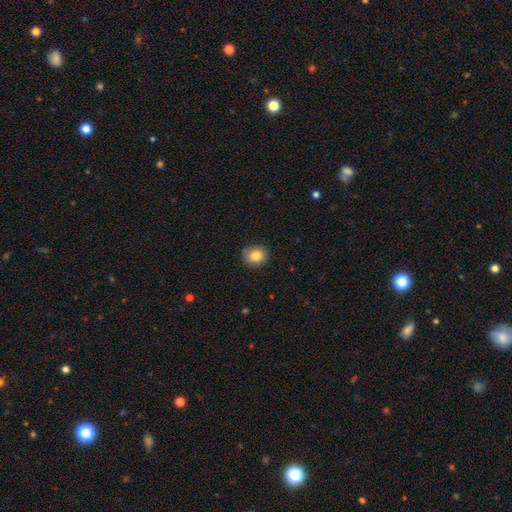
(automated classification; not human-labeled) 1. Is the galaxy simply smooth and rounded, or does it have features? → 84% smooth, 9% star or artifact, 7% featured or disk.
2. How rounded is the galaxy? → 69% round, 30% in between, 1% cigar-shaped.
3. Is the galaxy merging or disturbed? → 81% none, 15% minor disturbance, 3% major disturbance, 1% merger.